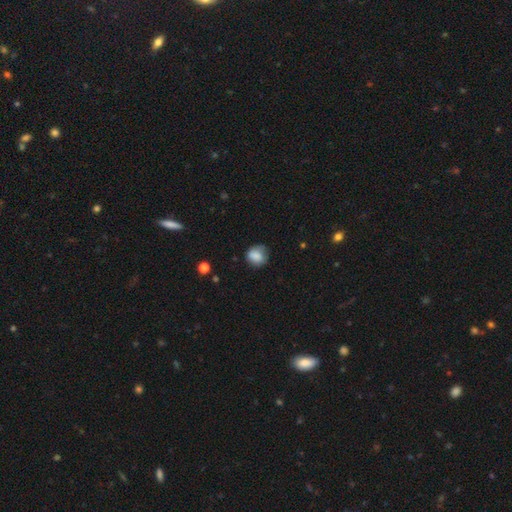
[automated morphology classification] smooth 82%, featured or disk 9%, star or artifact 9%. Down the decision tree: how rounded — round (77%); merging — none (65%).